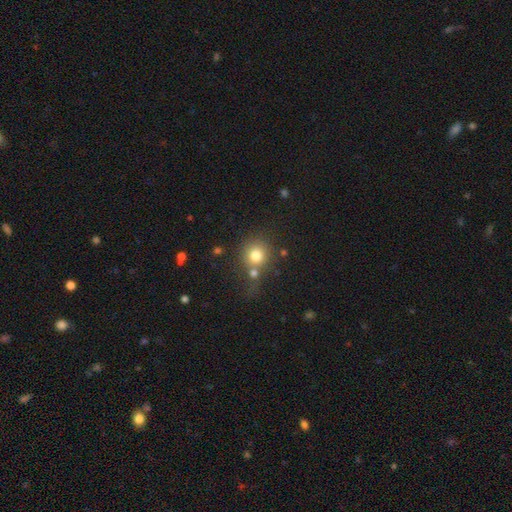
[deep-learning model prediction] A smooth galaxy with no disk features (78%) that is round (89%).

Vote fractions:
- Smooth or featured? smooth: 78% / star or artifact: 12% / featured or disk: 10%
- How rounded? round: 89% / in between: 10% / cigar-shaped: 1%
- Merging? none: 56% / merger: 27% / minor disturbance: 11% / major disturbance: 6%